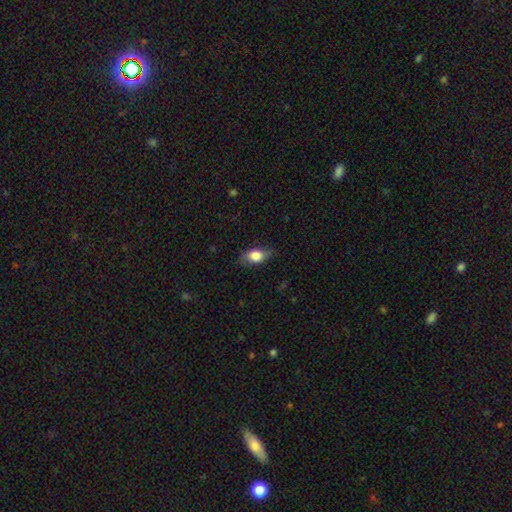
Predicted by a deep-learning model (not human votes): A smooth galaxy with no disk features (77%) that is in between round and cigar-shaped (83%). Merging: none (72%).